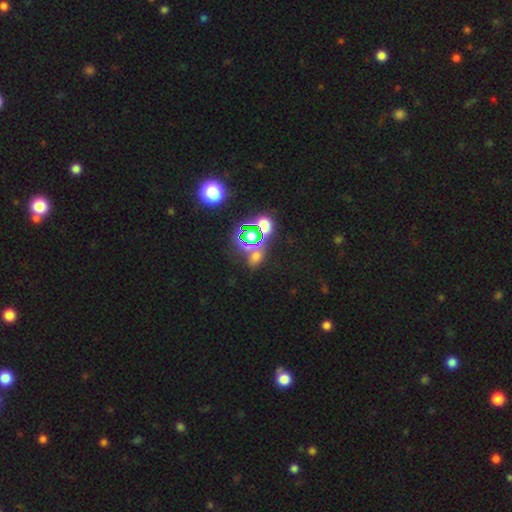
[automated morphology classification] The model was most divided on "smooth or featured": star or artifact: 55%, smooth: 35%, featured or disk: 10%.